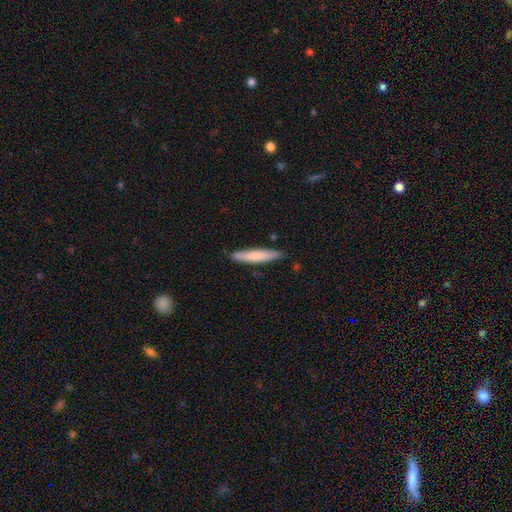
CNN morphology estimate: The model was most divided on "smooth or featured": smooth: 73%, featured or disk: 21%, star or artifact: 5%. More confident: how rounded — cigar-shaped (90%); merging — none (85%).